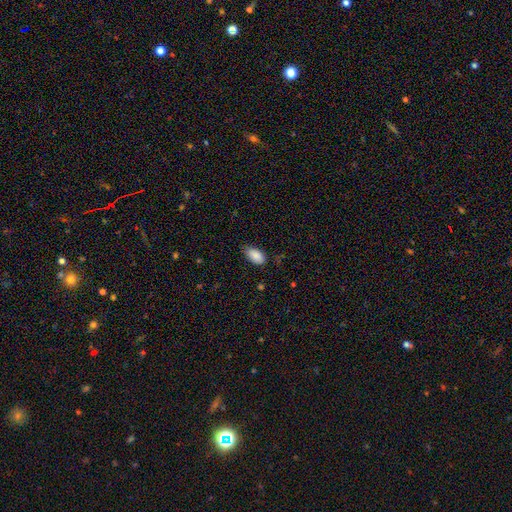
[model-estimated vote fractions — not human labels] A smooth galaxy with no disk features (88%) that is in between round and cigar-shaped (94%). Merging: none (74%).